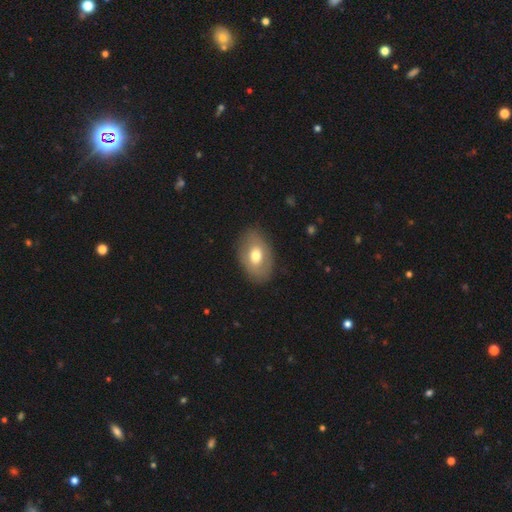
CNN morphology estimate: This is likely a smooth galaxy (65%). How rounded: clearly in between (85%). Merging: clearly none (83%).